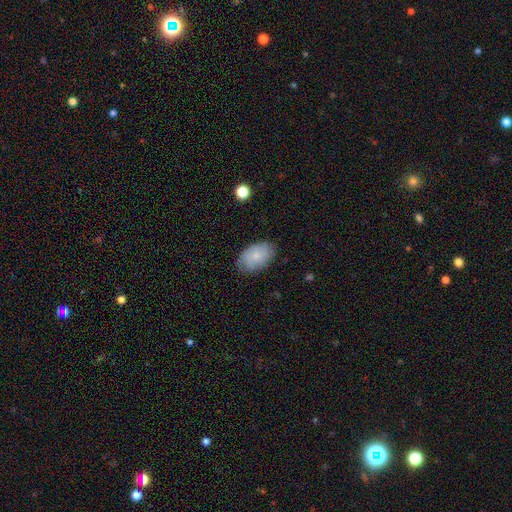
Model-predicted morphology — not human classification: This is likely a smooth galaxy (66%). How rounded: clearly in between (90%). Merging: likely none (76%).